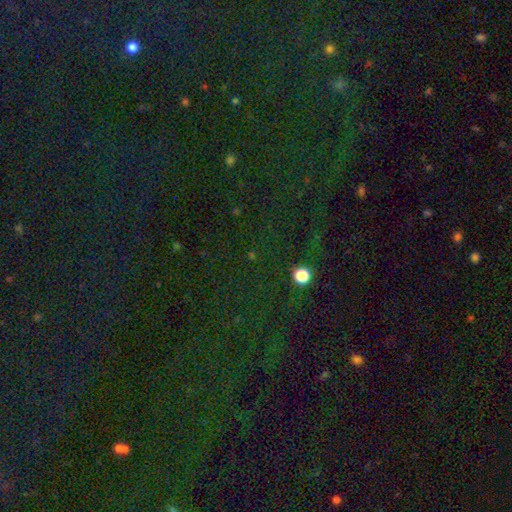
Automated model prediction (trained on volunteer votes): This is likely a star or artifact rather than a galaxy (79%).